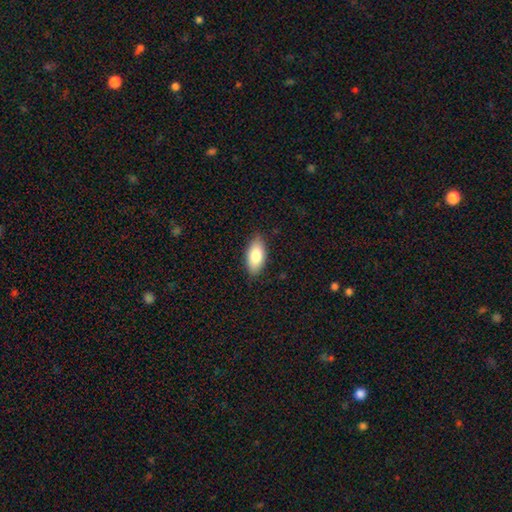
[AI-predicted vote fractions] Smooth or featured: smooth — 82% (featured or disk — 11%)
How rounded: in between — 91% (cigar-shaped — 7%)
Merging: none — 84% (minor disturbance — 12%)